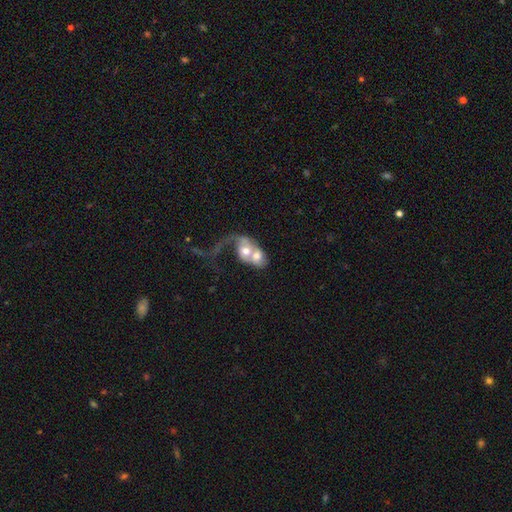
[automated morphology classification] A featured or disk galaxy (60%) with no bar (76%), spiral arms (62%) and a moderate central bulge (56%). Merging: merger (71%).